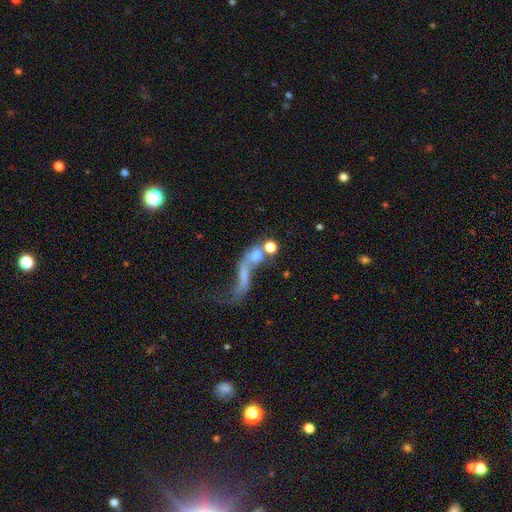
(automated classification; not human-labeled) A featured or disk galaxy (49%). Merging: merger (44%).